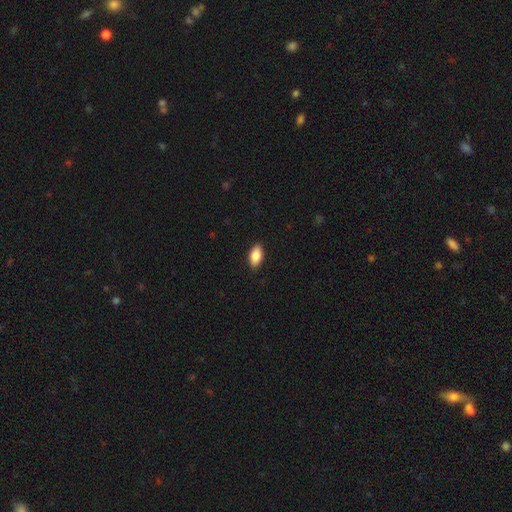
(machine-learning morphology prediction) This appears to be a smooth galaxy with no disk features (85%) that is in between round and cigar-shaped (91%). Merging: none (88%).